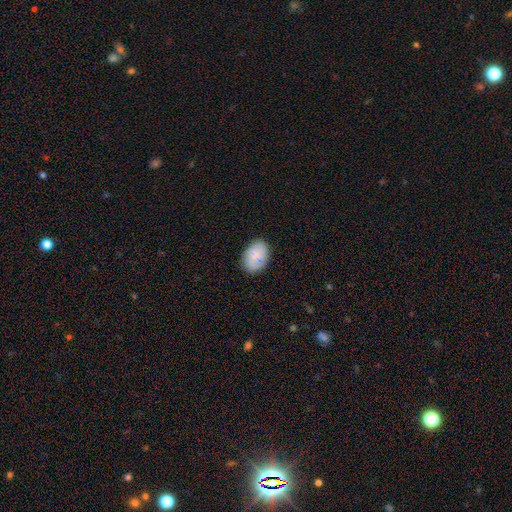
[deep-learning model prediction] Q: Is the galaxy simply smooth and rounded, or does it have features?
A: smooth — 74%.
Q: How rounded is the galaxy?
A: in between — 82%.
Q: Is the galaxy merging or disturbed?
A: none — 81%.